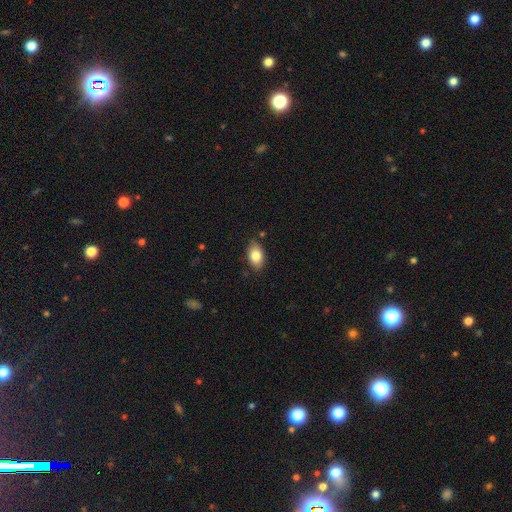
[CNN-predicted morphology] smooth-or-featured: smooth: 83% | featured or disk: 10% | star or artifact: 7%
  how-rounded: in between: 90% | round: 8% | cigar-shaped: 2%
  merging: none: 82% | minor disturbance: 14% | major disturbance: 2% | merger: 2%